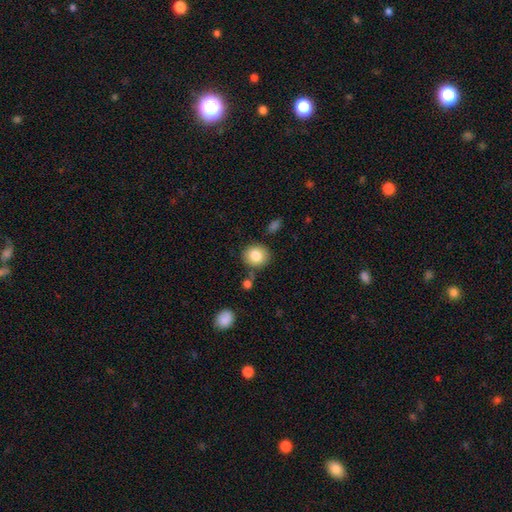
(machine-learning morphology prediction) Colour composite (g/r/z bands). It shows a smooth galaxy with no disk features (83%) that is round (81%). Merging: none (82%).